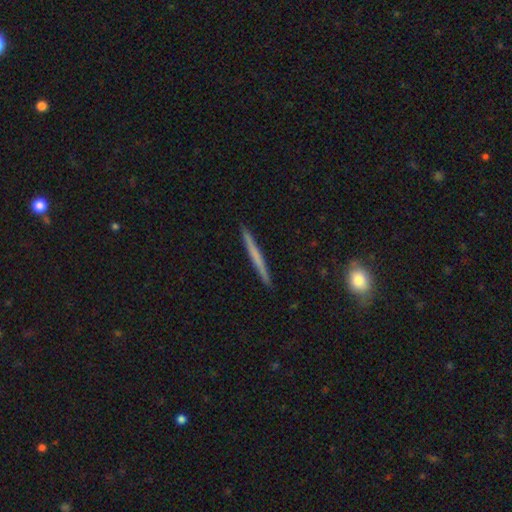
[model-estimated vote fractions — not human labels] This appears to be a smooth galaxy with no disk features (52%) that is cigar-shaped (96%). Merging: none (92%).